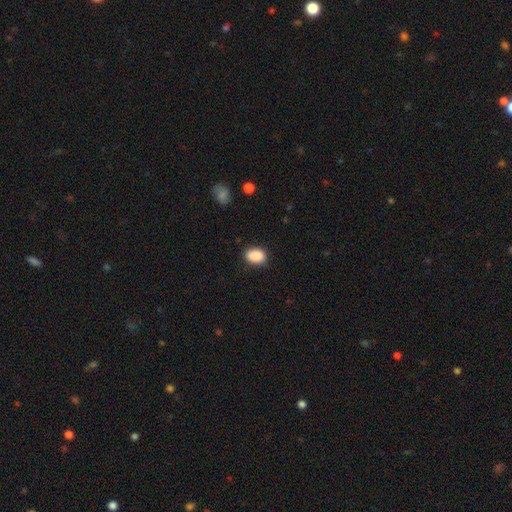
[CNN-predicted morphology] Smooth or featured? smooth (89%)
How rounded? in between (80%)
Merging? none (81%)